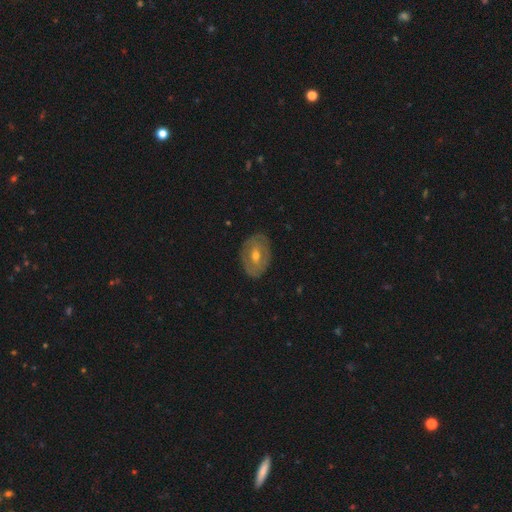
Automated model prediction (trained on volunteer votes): featured or disk 60%, smooth 33%, star or artifact 7%. Down the decision tree: edge-on disk — no (92%); bar — weak (42%); spiral arms — no (64%); bulge size — moderate (64%); merging — none (82%).